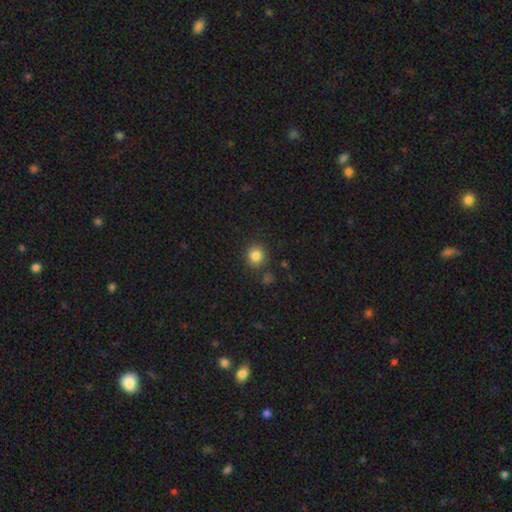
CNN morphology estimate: smooth 83%, star or artifact 11%, featured or disk 6%. Down the decision tree: how rounded — round (84%); merging — none (85%).